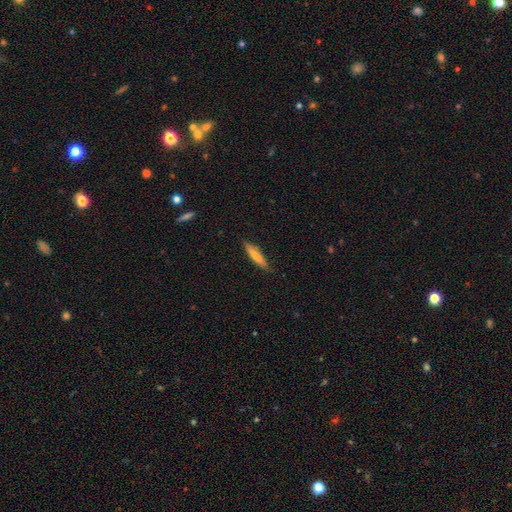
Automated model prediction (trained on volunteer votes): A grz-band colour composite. It shows a smooth galaxy with no disk features (70%) that is cigar-shaped (84%). Merging: none (85%).